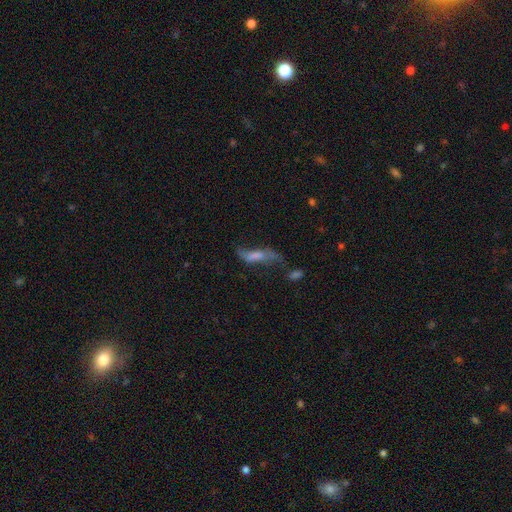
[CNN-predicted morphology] Smooth or featured? featured or disk (47%)
Merging? major disturbance (35%)